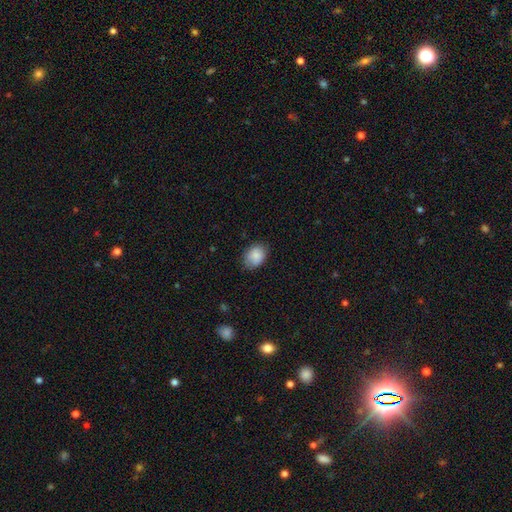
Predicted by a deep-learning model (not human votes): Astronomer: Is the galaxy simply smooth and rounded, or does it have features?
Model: smooth — 86%.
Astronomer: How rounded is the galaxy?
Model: in between — 71%.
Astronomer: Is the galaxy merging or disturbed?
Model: none — 76%.